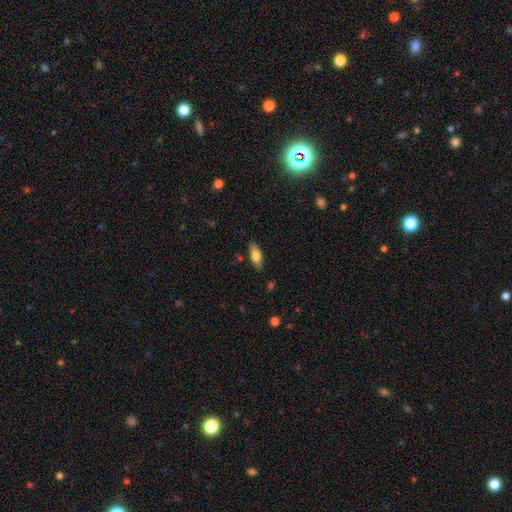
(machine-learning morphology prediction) This appears to be a smooth galaxy with no disk features (76%) that is in between round and cigar-shaped (74%). Merging: none (84%).